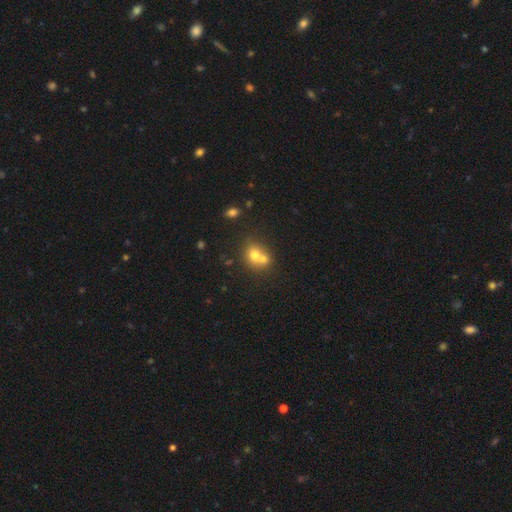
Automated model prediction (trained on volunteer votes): Smooth or featured?
  - smooth: 67% *
  - featured or disk: 19%
  - star or artifact: 13%
How rounded?
  - round: 70% *
  - in between: 29%
  - cigar-shaped: 1%
Merging?
  - merger: 60% *
  - none: 31%
  - minor disturbance: 7%
  - major disturbance: 3%